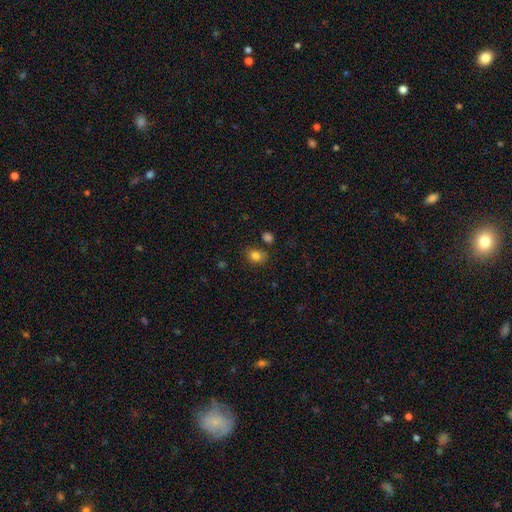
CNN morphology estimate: Smooth or featured? smooth (82%)
How rounded? in between (51%)
Merging? none (71%)